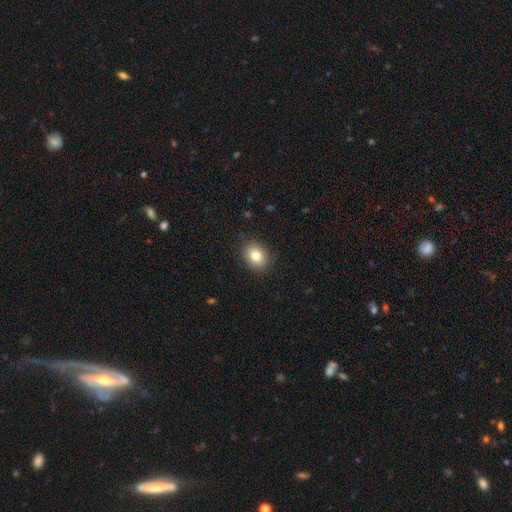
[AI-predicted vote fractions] Q: Smooth or featured?
A: smooth (81%); runner-up: star or artifact (10%)
Q: How rounded?
A: in between (55%); runner-up: round (44%)
Q: Merging?
A: none (87%); runner-up: minor disturbance (10%)